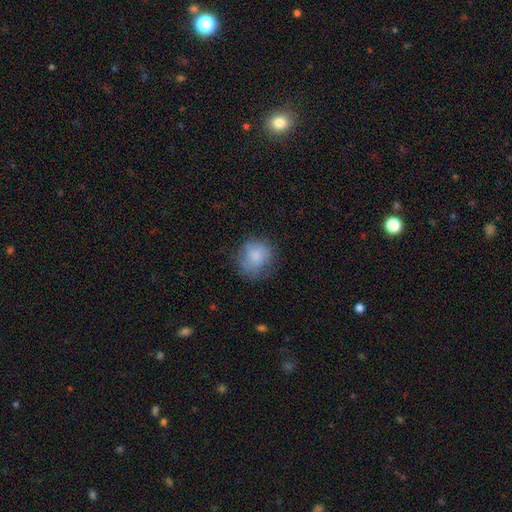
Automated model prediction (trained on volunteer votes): Q: Smooth or featured?
A: smooth (78%); runner-up: featured or disk (14%)
Q: How rounded?
A: round (77%); runner-up: in between (22%)
Q: Merging?
A: none (63%); runner-up: minor disturbance (25%)